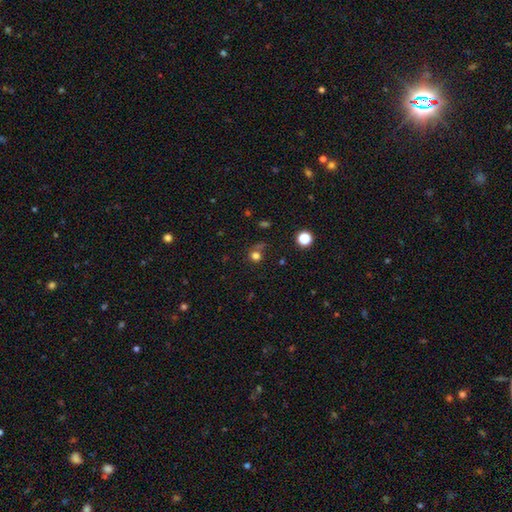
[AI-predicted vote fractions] Q: Smooth or featured?
A: smooth (73%); runner-up: star or artifact (19%)
Q: How rounded?
A: round (87%); runner-up: in between (12%)
Q: Merging?
A: none (63%); runner-up: minor disturbance (16%)